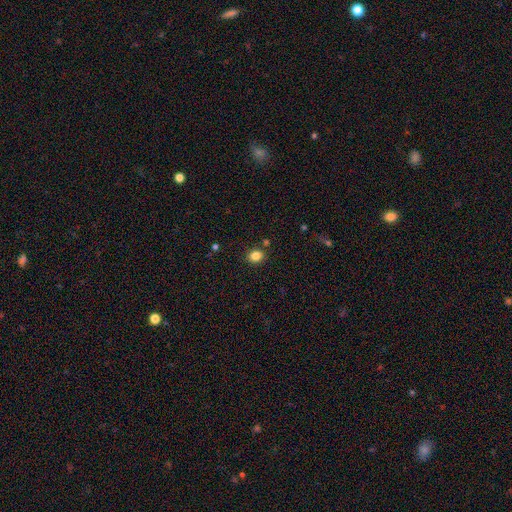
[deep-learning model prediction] A smooth galaxy with no disk features (83%) that is round (66%). Merging: none (86%).